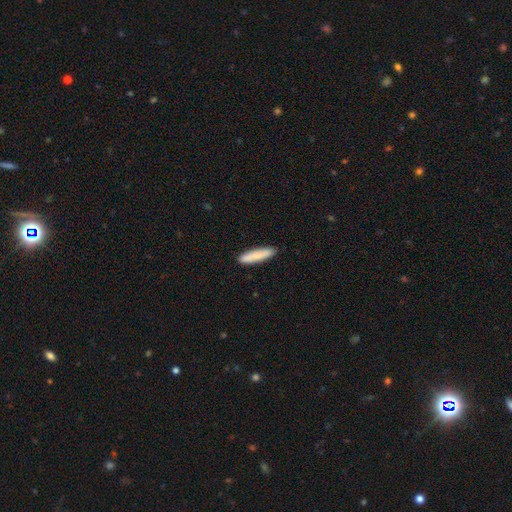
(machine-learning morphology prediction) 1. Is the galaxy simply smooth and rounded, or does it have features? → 80% smooth, 15% featured or disk, 5% star or artifact.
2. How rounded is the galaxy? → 83% cigar-shaped, 15% in between, 1% round.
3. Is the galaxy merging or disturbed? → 89% none, 8% minor disturbance, 1% major disturbance, 1% merger.